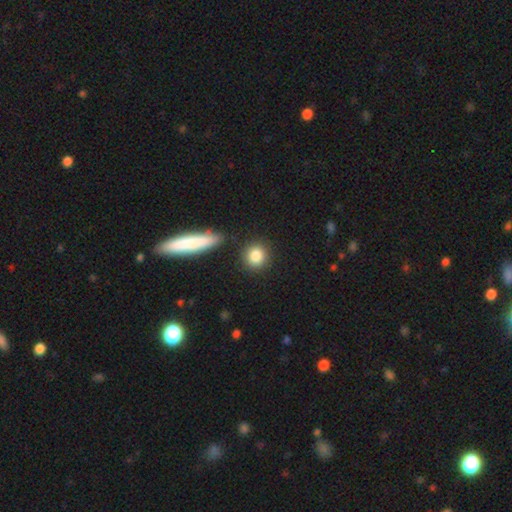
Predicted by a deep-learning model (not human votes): This appears to be a smooth galaxy with no disk features (86%) that is round (82%). Merging: none (84%).